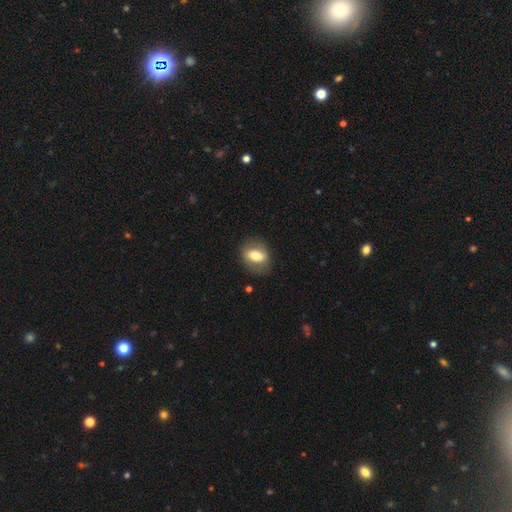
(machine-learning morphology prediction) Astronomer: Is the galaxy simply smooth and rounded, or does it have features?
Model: smooth — 60%.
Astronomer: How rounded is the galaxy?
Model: in between — 69%.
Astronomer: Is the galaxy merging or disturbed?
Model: none — 79%.